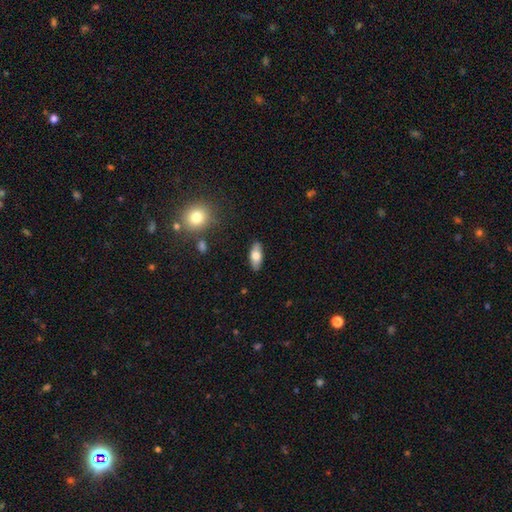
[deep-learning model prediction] Smooth or featured: smooth — 72% (featured or disk — 21%)
How rounded: in between — 83% (cigar-shaped — 14%)
Merging: none — 87% (minor disturbance — 9%)